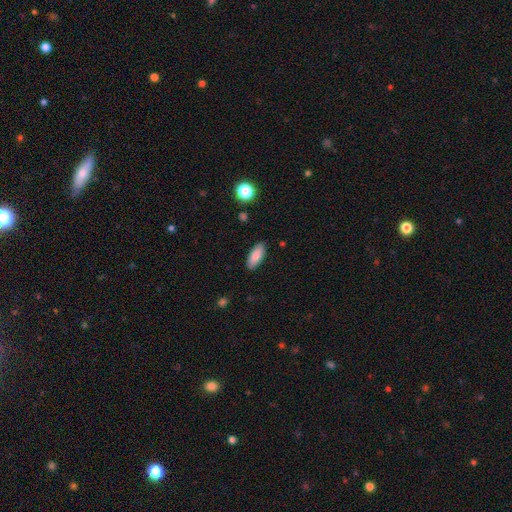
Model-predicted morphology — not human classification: Overall: smooth (88%). How rounded: in between (78%). Merging: none (88%).